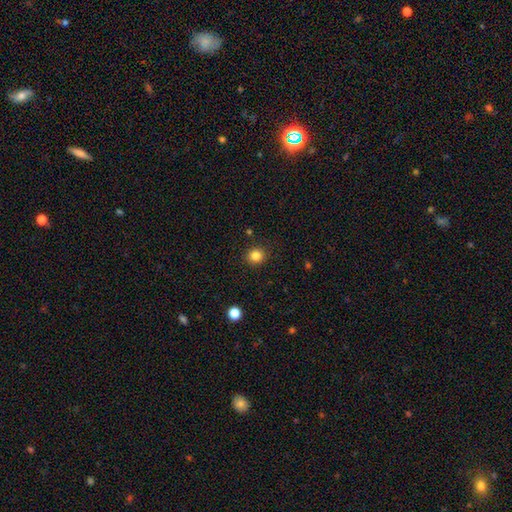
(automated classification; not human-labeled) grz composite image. It shows a smooth galaxy with no disk features (83%) that is round (89%). Merging: none (91%).